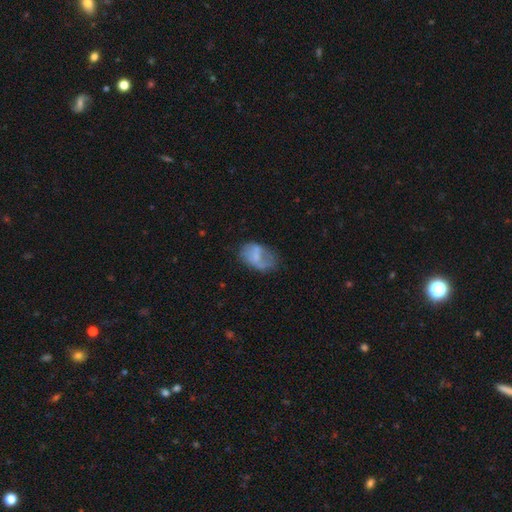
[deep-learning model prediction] Q: Smooth or featured?
A: smooth (54%); runner-up: featured or disk (36%)
Q: How rounded?
A: in between (86%); runner-up: round (13%)
Q: Merging?
A: none (38%); runner-up: minor disturbance (31%)